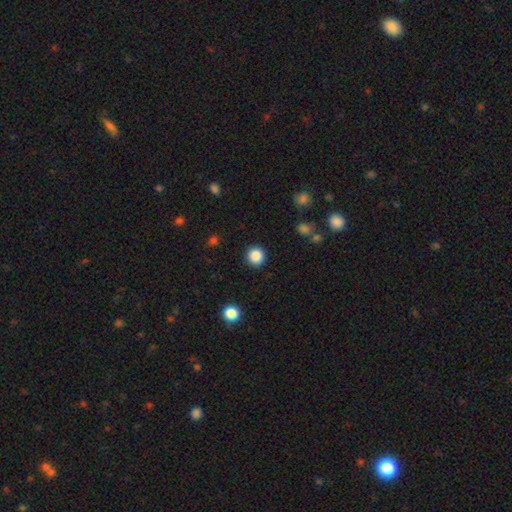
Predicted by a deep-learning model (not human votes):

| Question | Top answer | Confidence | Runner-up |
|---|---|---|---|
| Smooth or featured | smooth | 87% | star or artifact (10%) |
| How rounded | round | 93% | in between (6%) |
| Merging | none | 91% | minor disturbance (6%) |